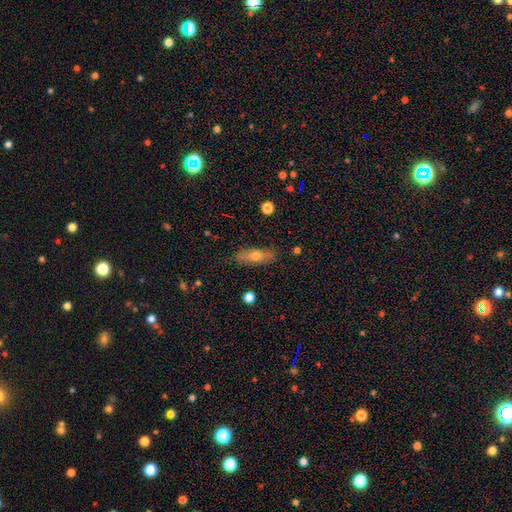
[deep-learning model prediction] smooth_or_featured: smooth (p=0.59) [alt: featured or disk p=0.33]
how_rounded: in between (p=0.54) [alt: cigar-shaped p=0.42]
merging: none (p=0.85) [alt: minor disturbance p=0.11]